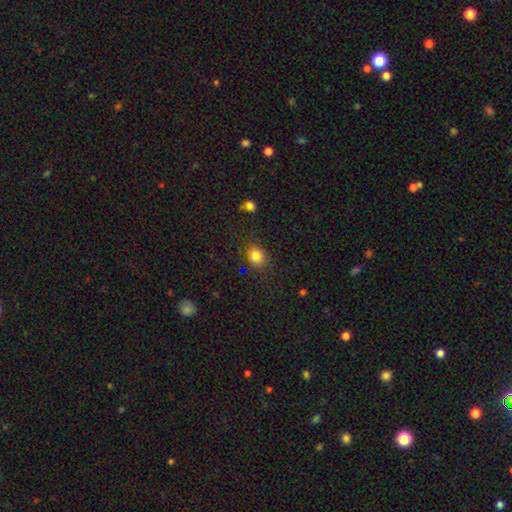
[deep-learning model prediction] Smooth or featured?
  - smooth: 80% *
  - star or artifact: 14%
  - featured or disk: 6%
How rounded?
  - round: 64% *
  - in between: 35%
  - cigar-shaped: 1%
Merging?
  - none: 79% *
  - minor disturbance: 14%
  - major disturbance: 5%
  - merger: 3%